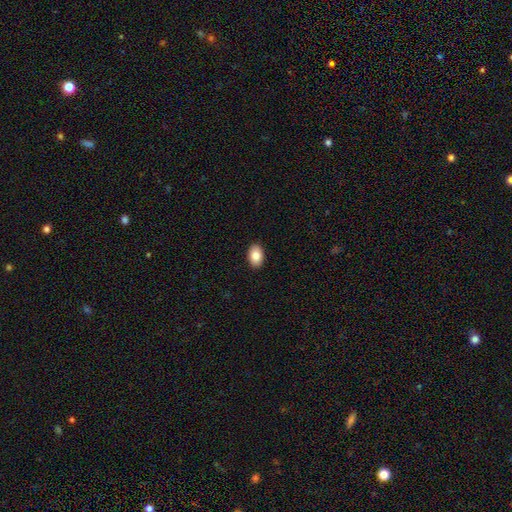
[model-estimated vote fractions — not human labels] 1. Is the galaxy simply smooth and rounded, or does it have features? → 86% smooth, 7% star or artifact, 7% featured or disk.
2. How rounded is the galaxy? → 89% in between, 10% round, 1% cigar-shaped.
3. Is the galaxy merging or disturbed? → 91% none, 7% minor disturbance, 2% major disturbance, 1% merger.